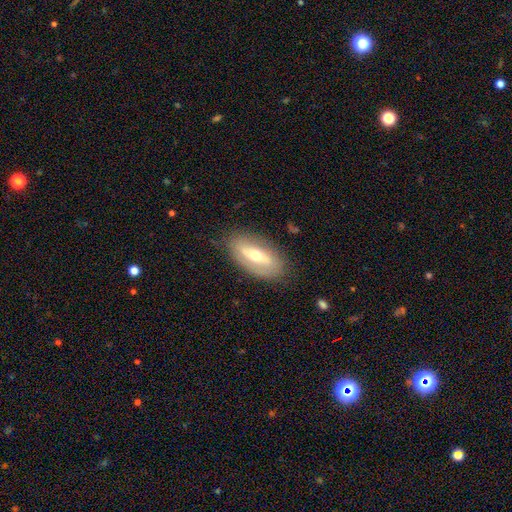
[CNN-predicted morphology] Smooth or featured? Predicted: featured or disk (p=0.58). Edge-on disk? Predicted: no (p=0.78). Merging? Predicted: none (p=0.81).